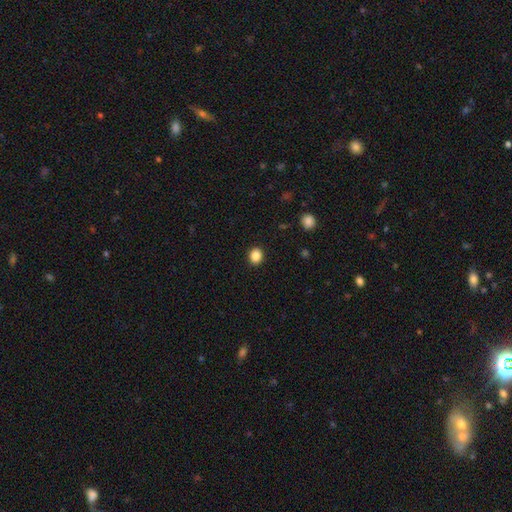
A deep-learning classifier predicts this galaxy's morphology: type=smooth (86%); roundness=round (67%); merging=none (91%).